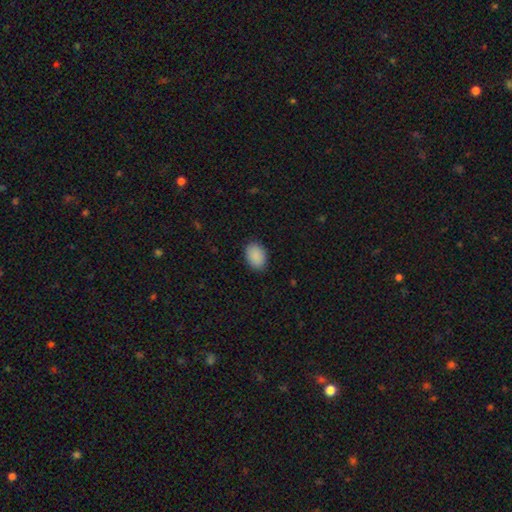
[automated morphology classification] Smooth or featured? Predicted: smooth (p=0.90). How rounded? Predicted: in between (p=0.83). Merging? Predicted: none (p=0.87).